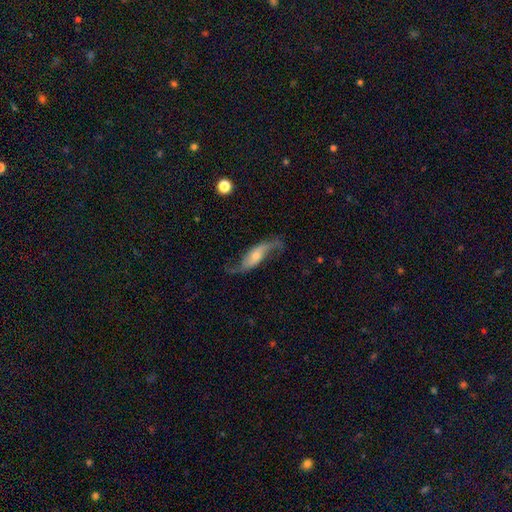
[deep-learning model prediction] Smooth or featured? featured or disk (83%)
Edge-on disk? no (88%)
Bar? no (51%)
Spiral arms? yes (94%)
Spiral winding? loose (88%)
Spiral arm count? 2 (92%)
Bulge size? small (51%)
Merging? none (68%)